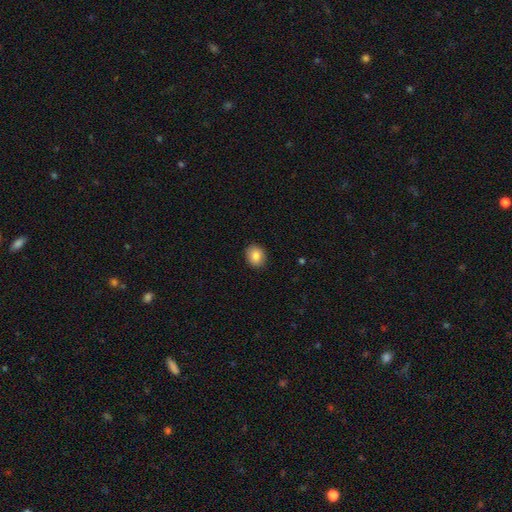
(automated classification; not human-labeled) smooth-or-featured: smooth: 85% | star or artifact: 8% | featured or disk: 6%
  how-rounded: round: 59% | in between: 40% | cigar-shaped: 1%
  merging: none: 90% | minor disturbance: 7% | major disturbance: 2% | merger: 1%